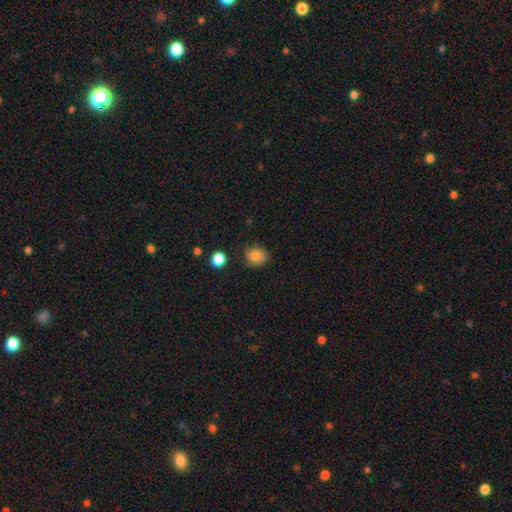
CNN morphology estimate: type=smooth (82%); roundness=round (75%); merging=none (77%).